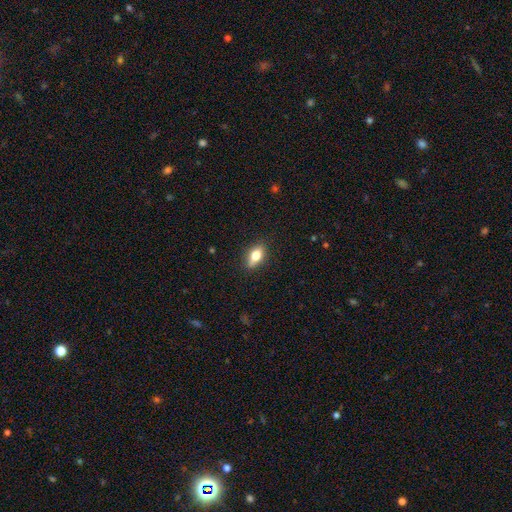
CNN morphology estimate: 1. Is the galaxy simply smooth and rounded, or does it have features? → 72% smooth, 20% featured or disk, 8% star or artifact.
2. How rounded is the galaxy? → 82% in between, 11% cigar-shaped, 7% round.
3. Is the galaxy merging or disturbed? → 85% none, 11% minor disturbance, 2% major disturbance, 1% merger.